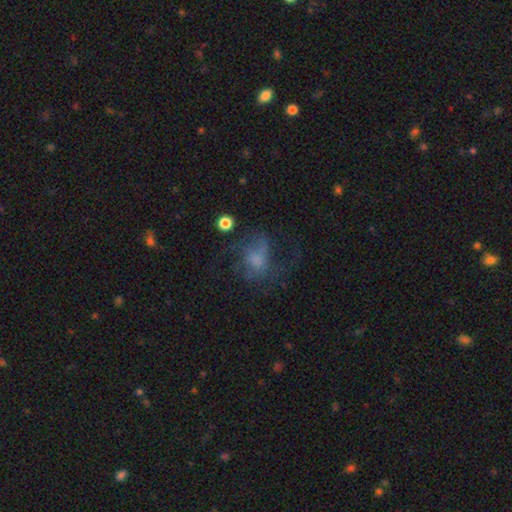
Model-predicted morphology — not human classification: Q: Smooth or featured?
A: featured or disk (43%); runner-up: smooth (40%)
Q: Merging?
A: none (42%); runner-up: major disturbance (37%)